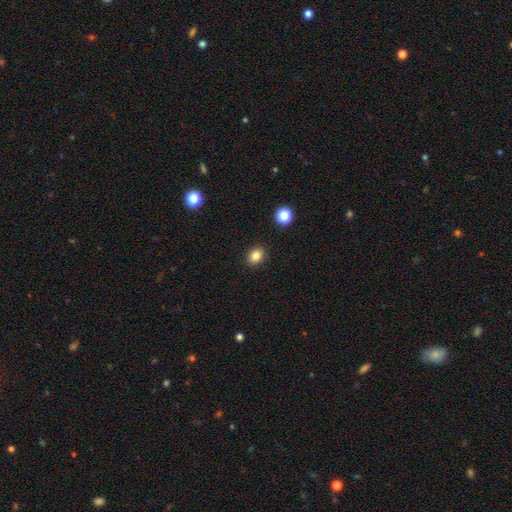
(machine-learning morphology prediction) A smooth galaxy with no disk features (84%) that is round (50%). Merging: none (89%).